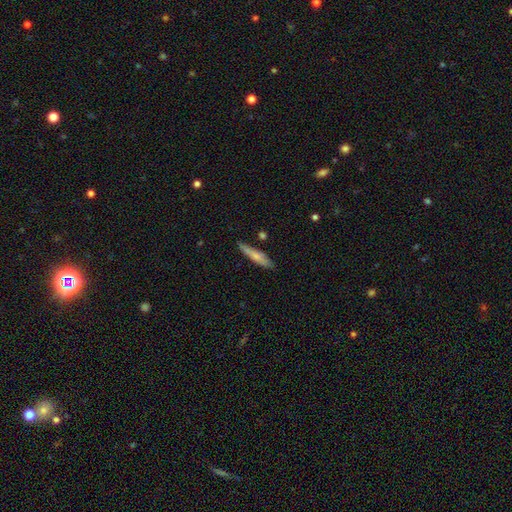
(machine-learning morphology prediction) Smooth or featured? Predicted: smooth (p=0.63). How rounded? Predicted: cigar-shaped (p=0.87). Merging? Predicted: none (p=0.80).